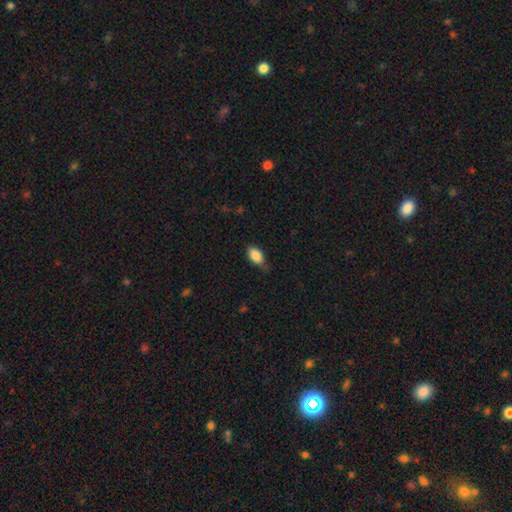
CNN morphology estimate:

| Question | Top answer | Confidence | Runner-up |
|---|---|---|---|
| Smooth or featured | smooth | 86% | star or artifact (7%) |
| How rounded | in between | 90% | round (6%) |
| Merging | none | 59% | minor disturbance (33%) |